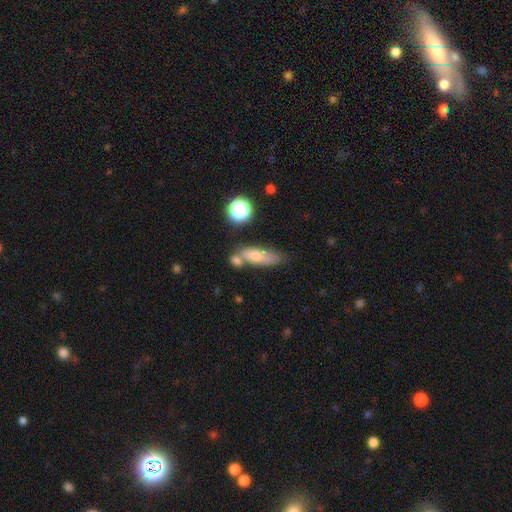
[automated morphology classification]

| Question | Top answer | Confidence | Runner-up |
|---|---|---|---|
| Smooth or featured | smooth | 66% | featured or disk (23%) |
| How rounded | in between | 52% | cigar-shaped (41%) |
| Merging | none | 45% | merger (26%) |